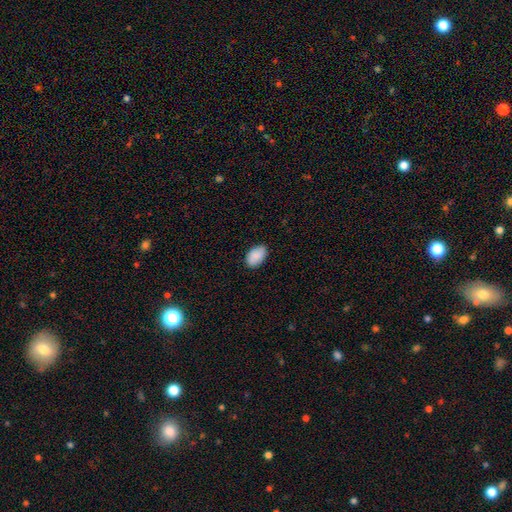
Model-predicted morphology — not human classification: This appears to be a smooth galaxy with no disk features (90%) that is in between round and cigar-shaped (92%). Merging: none (86%).